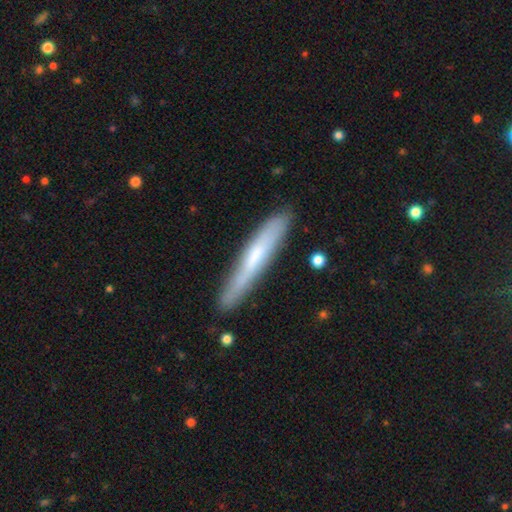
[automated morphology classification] This is possibly a smooth galaxy (56%). How rounded: clearly cigar-shaped (94%). Merging: clearly none (80%).